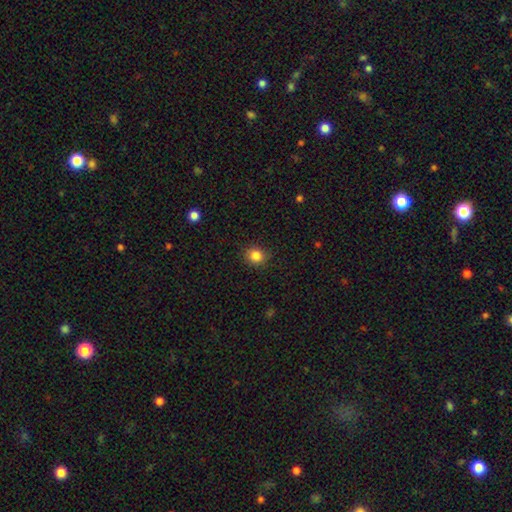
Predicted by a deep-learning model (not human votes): A smooth galaxy with no disk features (85%) that is round (80%). Merging: none (86%).